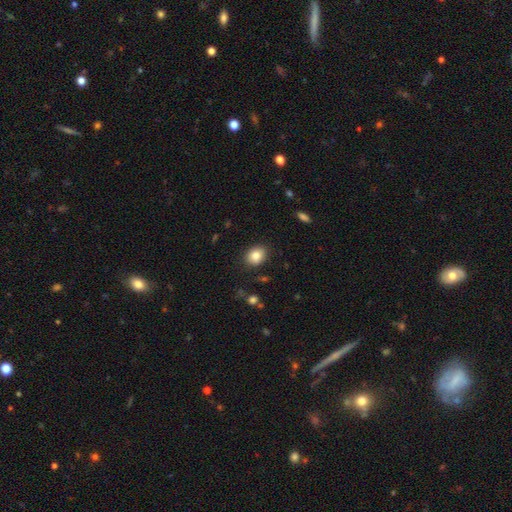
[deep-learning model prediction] A smooth galaxy with no disk features (85%) that is in between round and cigar-shaped (60%).

Vote fractions:
- Smooth or featured? smooth: 85% / star or artifact: 9% / featured or disk: 6%
- How rounded? in between: 60% / round: 39% / cigar-shaped: 1%
- Merging? none: 86% / minor disturbance: 10% / major disturbance: 3% / merger: 1%